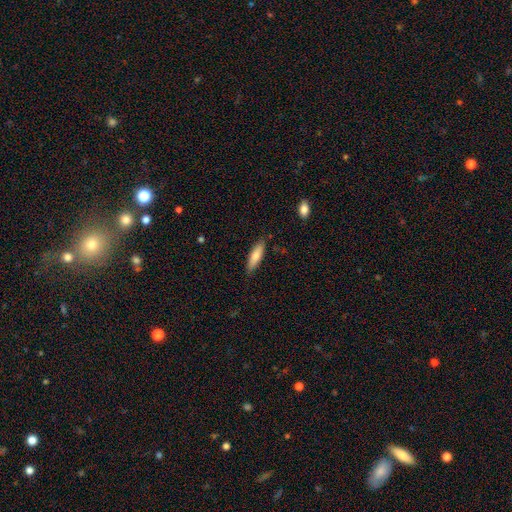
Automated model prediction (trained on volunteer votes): Smooth or featured? smooth (76%)
How rounded? cigar-shaped (62%)
Merging? none (85%)